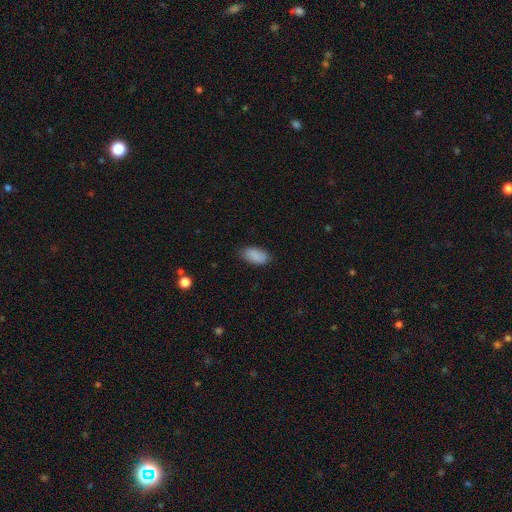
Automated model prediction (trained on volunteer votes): Overall: smooth (88%). How rounded: in between (94%). Merging: none (80%).